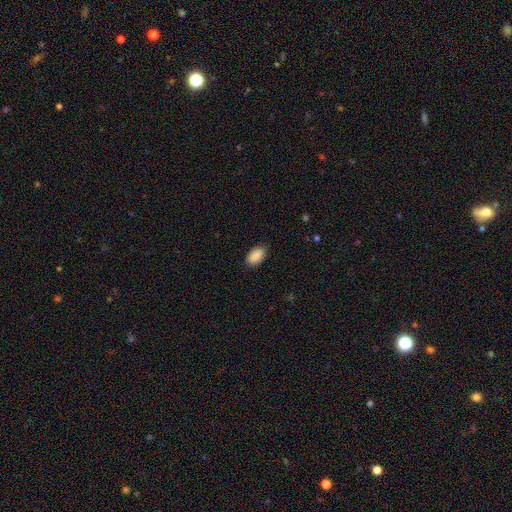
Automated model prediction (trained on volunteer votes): A smooth galaxy with no disk features (90%) that is in between round and cigar-shaped (94%). Merging: none (85%).